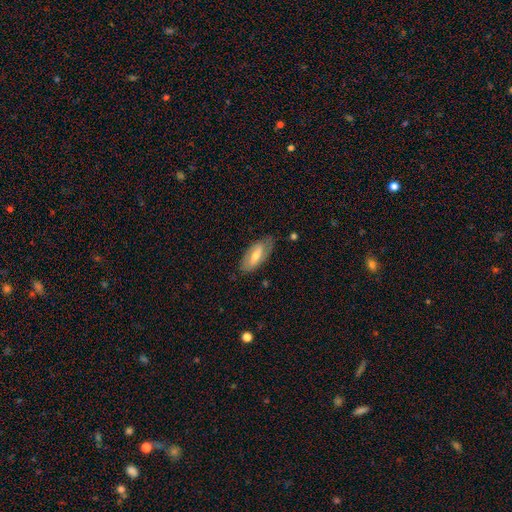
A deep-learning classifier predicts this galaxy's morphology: Smooth or featured?
  - smooth: 51% *
  - featured or disk: 43%
  - star or artifact: 6%
How rounded?
  - in between: 85% *
  - cigar-shaped: 12%
  - round: 3%
Merging?
  - none: 74% *
  - minor disturbance: 20%
  - major disturbance: 5%
  - merger: 1%